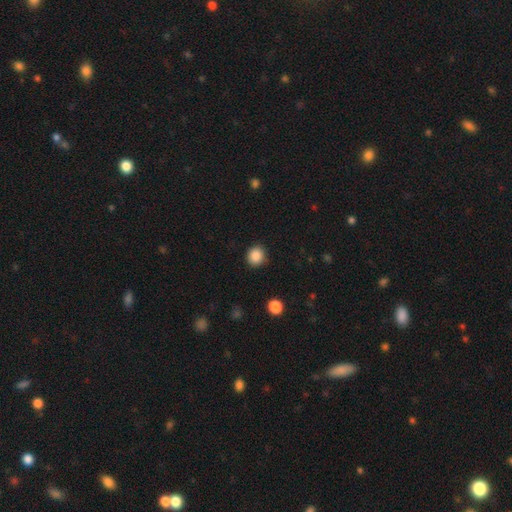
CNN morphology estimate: smooth-or-featured: smooth: 88% | star or artifact: 9% | featured or disk: 3%
  how-rounded: round: 86% | in between: 13% | cigar-shaped: 1%
  merging: none: 88% | minor disturbance: 8% | major disturbance: 2% | merger: 1%